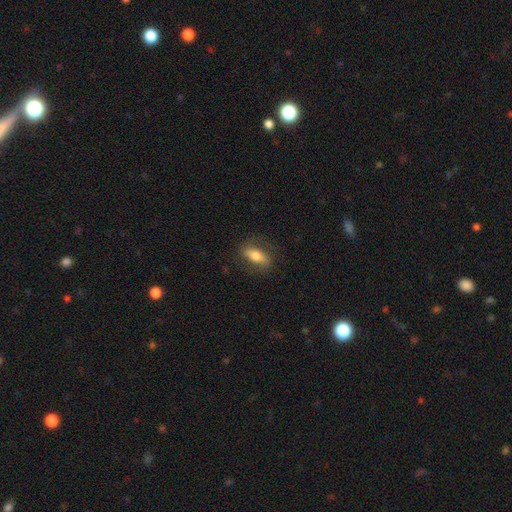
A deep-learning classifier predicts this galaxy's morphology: Q: Smooth or featured?
A: smooth (56%); runner-up: featured or disk (37%)
Q: How rounded?
A: in between (68%); runner-up: cigar-shaped (27%)
Q: Merging?
A: none (77%); runner-up: minor disturbance (15%)